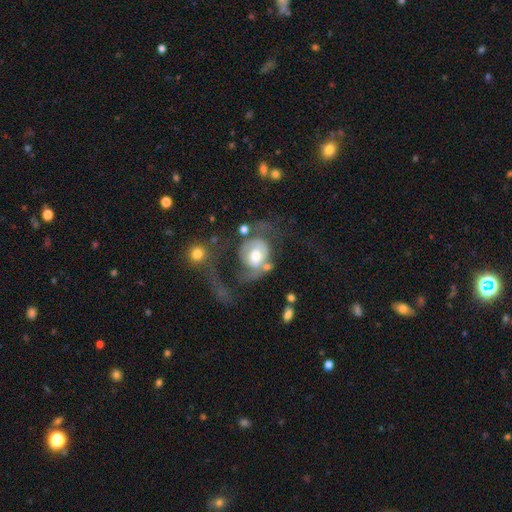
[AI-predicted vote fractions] Morphology: type=featured or disk (61%); edge-on=no (96%); bar=no (66%); spiral arms=yes (64%); bulge=moderate (65%); merging=major disturbance (45%).